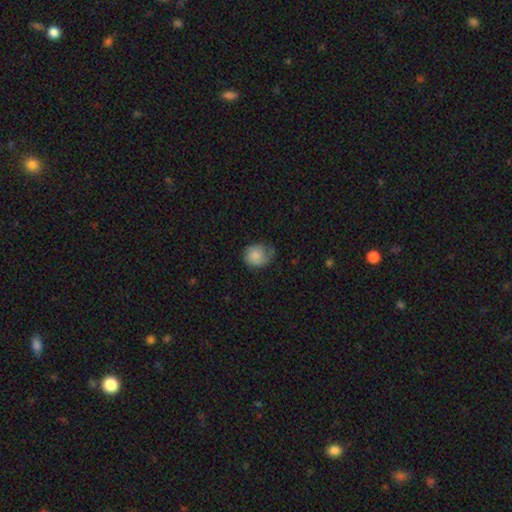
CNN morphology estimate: type=smooth (79%); roundness=round (70%); merging=none (48%).